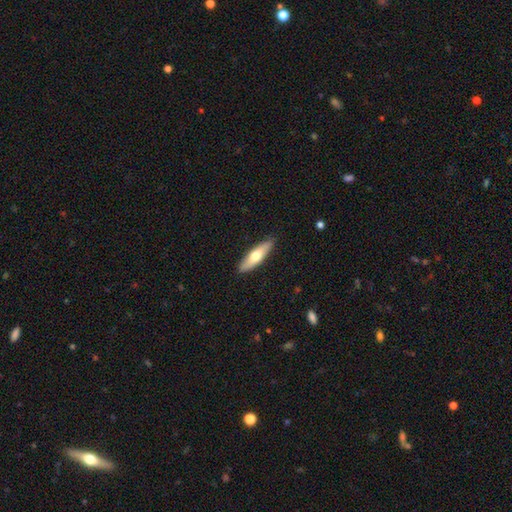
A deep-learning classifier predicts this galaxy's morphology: Overall: smooth (59%; featured or disk 36%). How rounded: cigar-shaped (64%; in between 34%). Merging: none (89%).